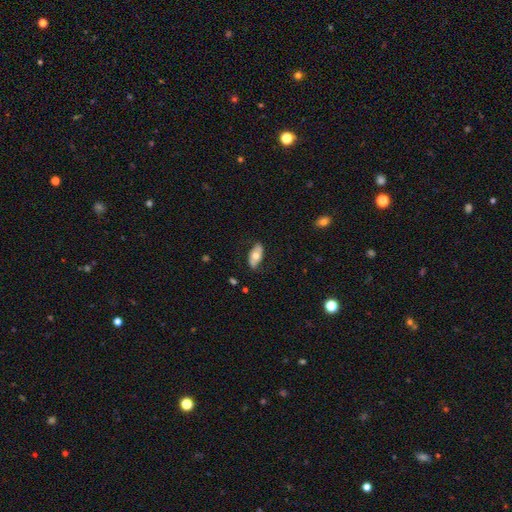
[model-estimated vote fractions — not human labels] Overall: smooth (55%; featured or disk 39%). How rounded: in between (91%). Merging: none (78%).